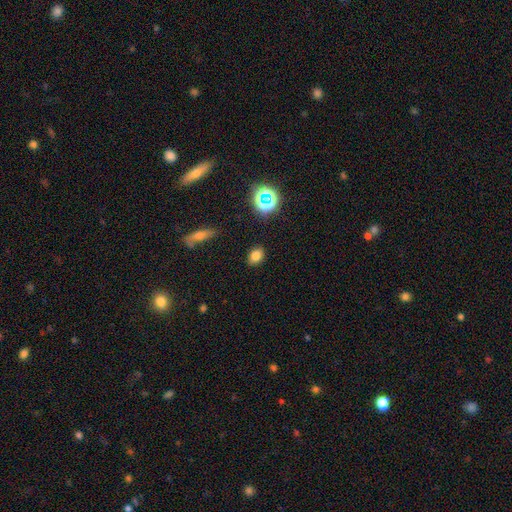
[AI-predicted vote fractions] Smooth or featured? Predicted: smooth (p=0.77). How rounded? Predicted: in between (p=0.72). Merging? Predicted: none (p=0.86).